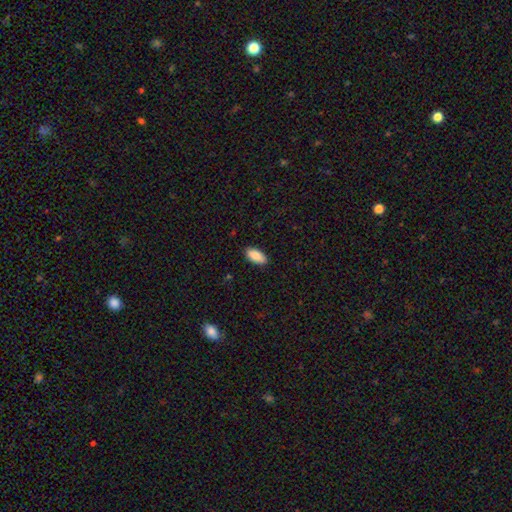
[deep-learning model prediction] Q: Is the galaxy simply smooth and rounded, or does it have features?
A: smooth — 90%.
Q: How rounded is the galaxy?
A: in between — 93%.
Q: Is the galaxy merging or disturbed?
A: none — 87%.